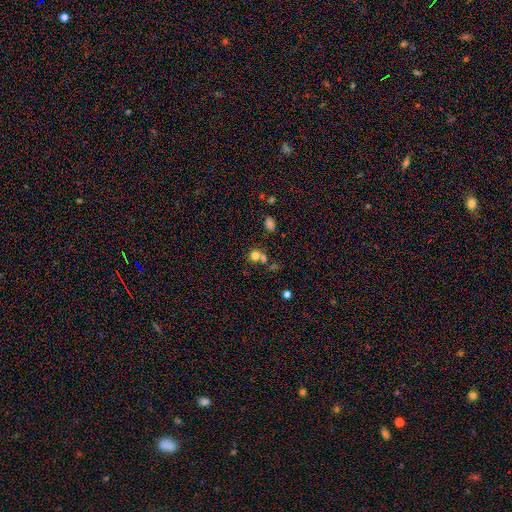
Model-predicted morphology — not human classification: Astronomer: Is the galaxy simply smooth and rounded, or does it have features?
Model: smooth — 74%.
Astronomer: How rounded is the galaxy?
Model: round — 82%.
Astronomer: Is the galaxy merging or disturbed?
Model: none — 45% (runner-up: merger, 41%).